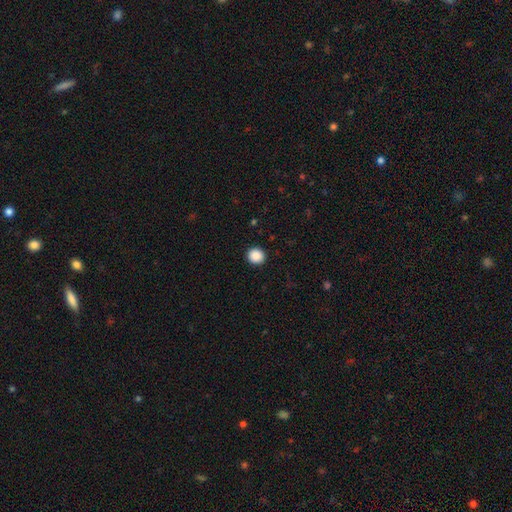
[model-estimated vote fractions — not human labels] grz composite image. It shows a smooth galaxy with no disk features (89%) that is round (91%). Merging: none (92%).